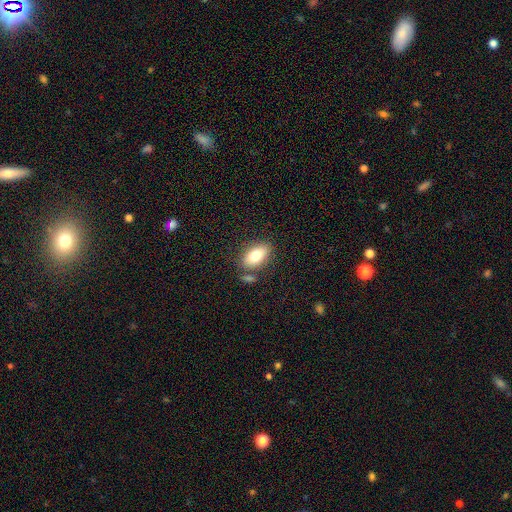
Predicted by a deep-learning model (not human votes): This appears to be a smooth galaxy with no disk features (77%) that is in between round and cigar-shaped (90%). Merging: none (73%).